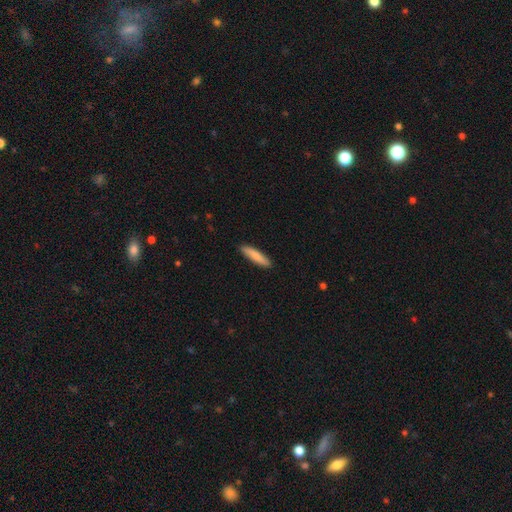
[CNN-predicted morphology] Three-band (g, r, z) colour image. It shows a smooth galaxy with no disk features (83%) that is cigar-shaped (82%). Merging: none (90%).